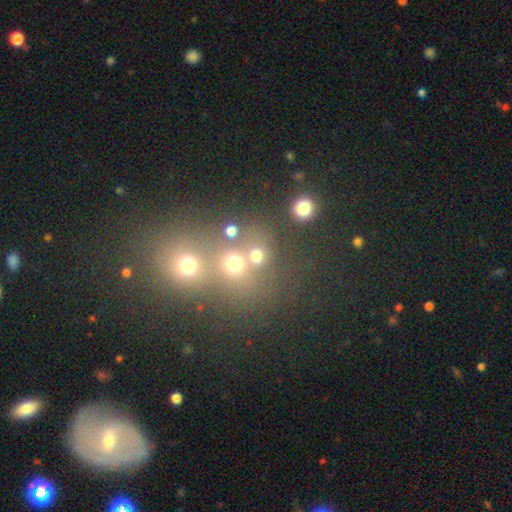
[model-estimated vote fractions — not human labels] smooth_or_featured: smooth (p=0.69) [alt: star or artifact p=0.21]
how_rounded: round (p=0.80) [alt: in between p=0.19]
merging: none (p=0.51) [alt: merger p=0.37]